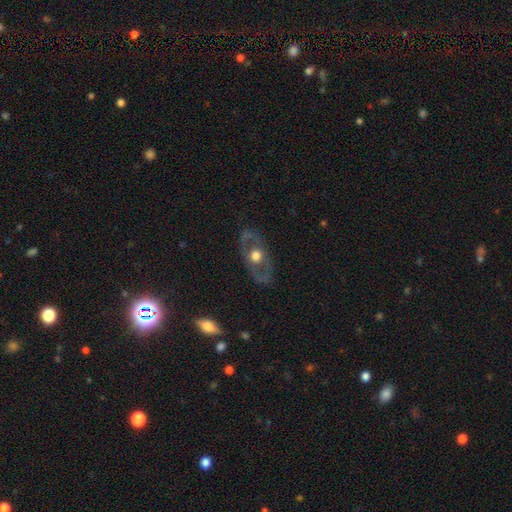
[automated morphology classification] This is likely a featured or disk galaxy (63%). It is clearly not viewed edge-on (86%). Bar: clearly no (87%). Spiral arm pattern: likely no (78%). Central bulge: possibly moderate (58%). Merging: clearly none (80%).